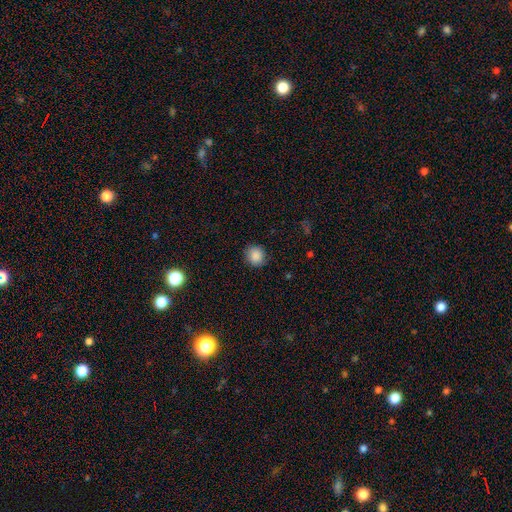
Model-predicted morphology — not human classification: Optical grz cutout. It shows a smooth galaxy with no disk features (87%) that is round (87%). Merging: none (86%).